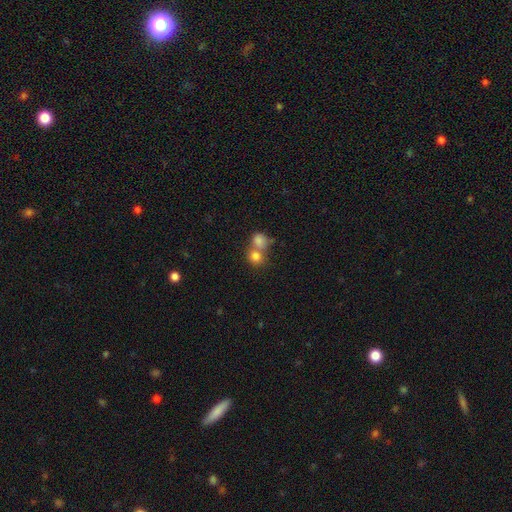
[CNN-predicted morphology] Smooth or featured?
  - smooth: 80% *
  - star or artifact: 11%
  - featured or disk: 9%
How rounded?
  - round: 78% *
  - in between: 21%
  - cigar-shaped: 1%
Merging?
  - merger: 56% *
  - none: 35%
  - minor disturbance: 6%
  - major disturbance: 3%